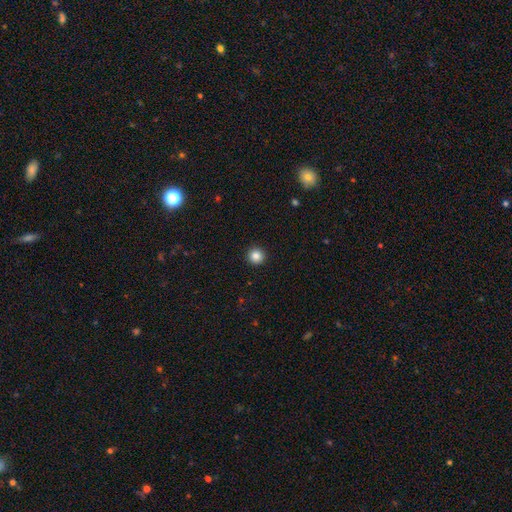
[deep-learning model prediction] Q: Smooth or featured?
A: smooth (85%); runner-up: star or artifact (11%)
Q: How rounded?
A: round (96%); runner-up: in between (3%)
Q: Merging?
A: none (93%); runner-up: minor disturbance (4%)